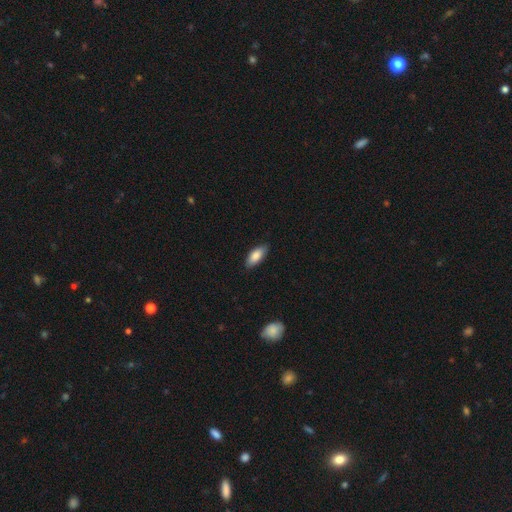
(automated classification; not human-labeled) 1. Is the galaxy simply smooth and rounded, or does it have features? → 85% smooth, 9% featured or disk, 6% star or artifact.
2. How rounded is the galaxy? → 83% in between, 15% cigar-shaped, 2% round.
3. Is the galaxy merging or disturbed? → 86% none, 11% minor disturbance, 2% major disturbance, 1% merger.